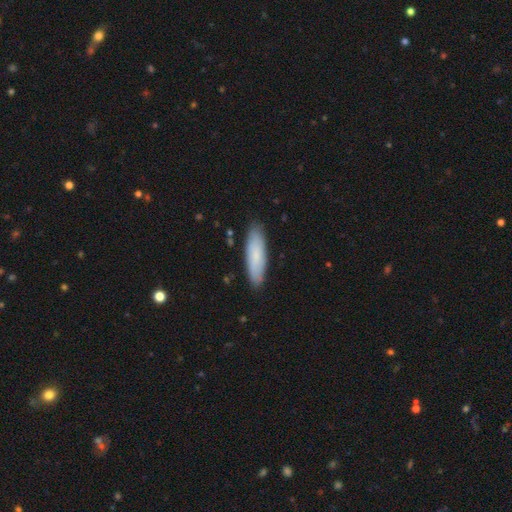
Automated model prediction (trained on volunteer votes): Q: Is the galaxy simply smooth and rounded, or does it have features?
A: smooth — 77%.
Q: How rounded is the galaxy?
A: cigar-shaped — 55%.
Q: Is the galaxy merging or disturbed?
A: none — 87%.